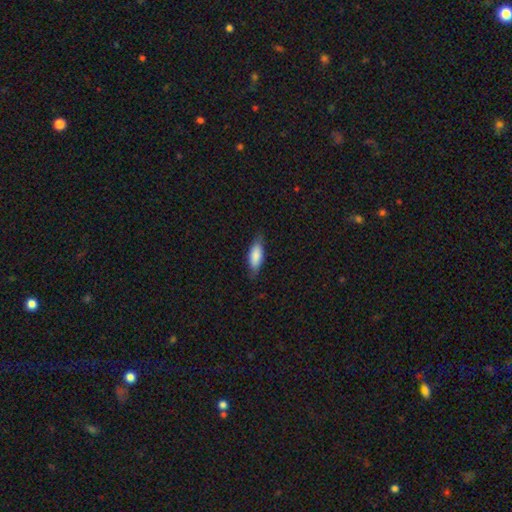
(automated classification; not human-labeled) A smooth galaxy with no disk features (82%) that is in between round and cigar-shaped (71%).

Vote fractions:
- Smooth or featured? smooth: 82% / featured or disk: 13% / star or artifact: 6%
- How rounded? in between: 71% / cigar-shaped: 27% / round: 2%
- Merging? none: 77% / minor disturbance: 18% / major disturbance: 3% / merger: 1%